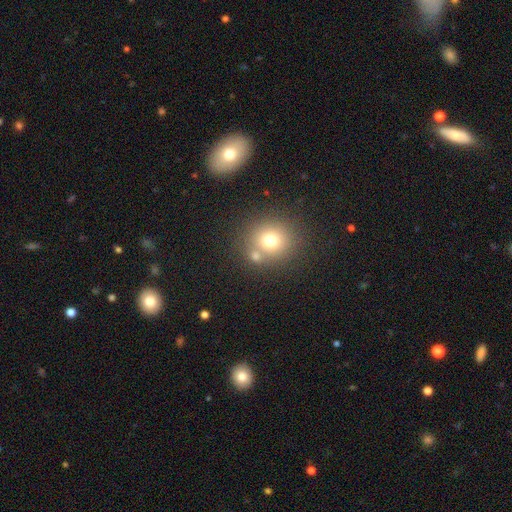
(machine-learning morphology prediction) A smooth galaxy with no disk features (72%) that is round (85%). Merging: none (63%).